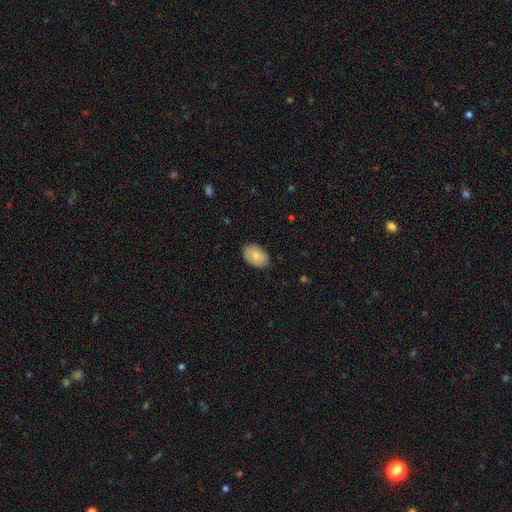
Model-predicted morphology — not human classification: smooth 79%, featured or disk 15%, star or artifact 6%. Down the decision tree: how rounded — in between (89%); merging — none (84%).